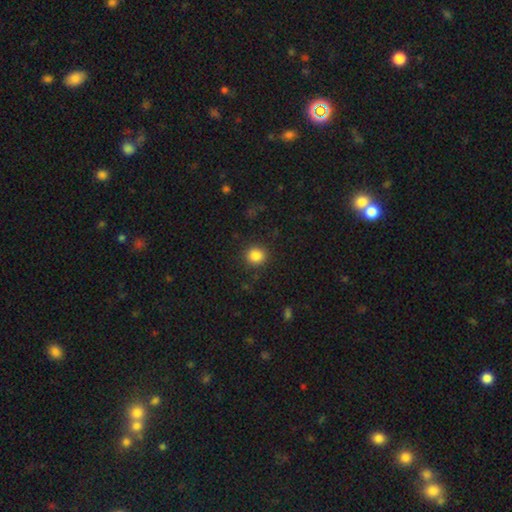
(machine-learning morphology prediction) This appears to be a smooth galaxy with no disk features (85%) that is round (89%). Merging: none (89%).